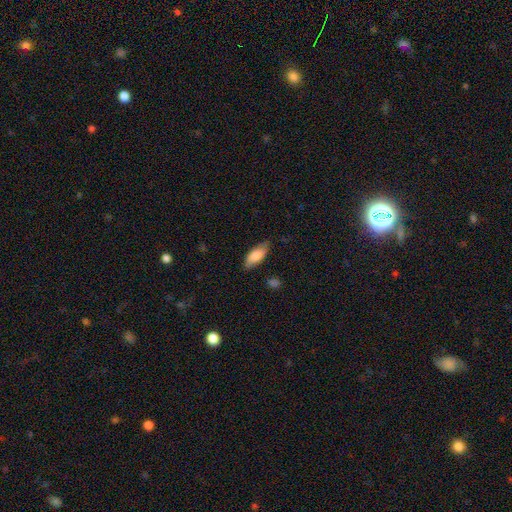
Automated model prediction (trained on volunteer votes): A smooth galaxy with no disk features (80%) that is in between round and cigar-shaped (80%).

Vote fractions:
- Smooth or featured? smooth: 80% / featured or disk: 14% / star or artifact: 6%
- How rounded? in between: 80% / cigar-shaped: 18% / round: 2%
- Merging? none: 79% / minor disturbance: 17% / major disturbance: 3% / merger: 1%